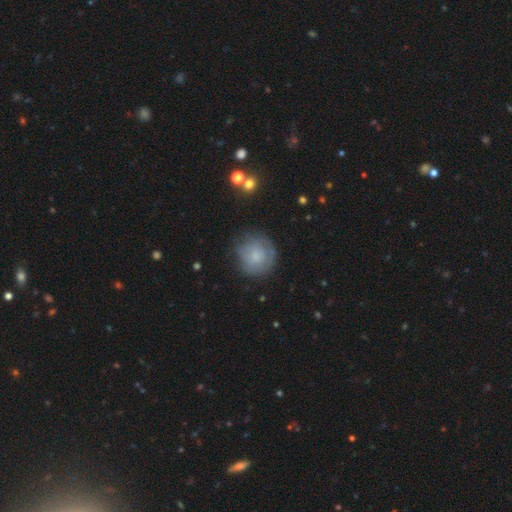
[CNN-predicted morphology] A smooth galaxy with no disk features (59%) that is round (90%).

Vote fractions:
- Smooth or featured? smooth: 59% / featured or disk: 33% / star or artifact: 8%
- How rounded? round: 90% / in between: 9% / cigar-shaped: 1%
- Merging? none: 69% / minor disturbance: 20% / major disturbance: 9% / merger: 2%